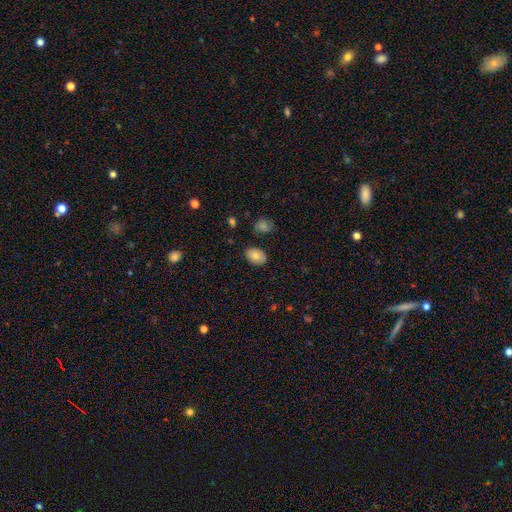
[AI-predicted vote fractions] smooth-or-featured: smooth: 79% | featured or disk: 13% | star or artifact: 8%
  how-rounded: in between: 85% | round: 14% | cigar-shaped: 1%
  merging: none: 83% | minor disturbance: 12% | major disturbance: 3% | merger: 2%